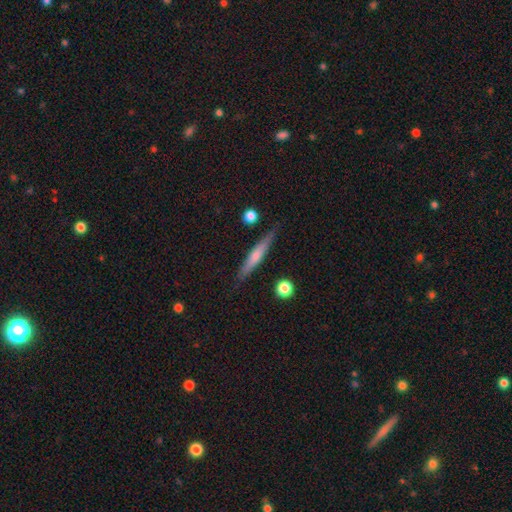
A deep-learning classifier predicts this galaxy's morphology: Smooth or featured? Predicted: featured or disk (p=0.49). Merging? Predicted: none (p=0.86).